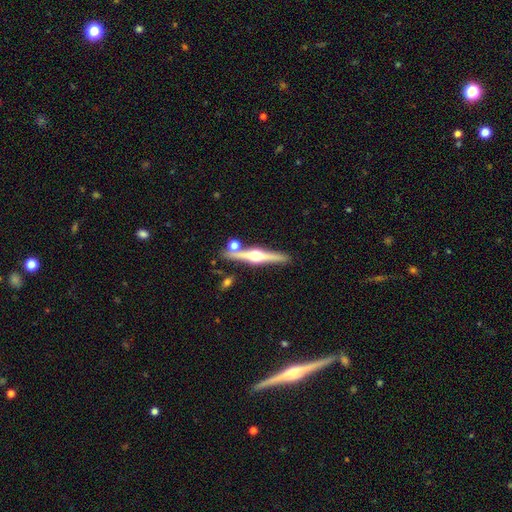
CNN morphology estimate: type=featured or disk (79%); edge-on=yes (98%); edge-on bulge=rounded (96%); merging=none (81%).